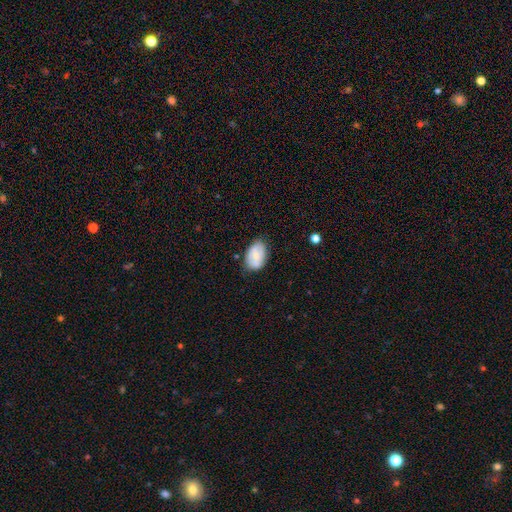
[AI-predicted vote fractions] Q: Smooth or featured?
A: smooth (61%); runner-up: featured or disk (32%)
Q: How rounded?
A: in between (88%); runner-up: round (11%)
Q: Merging?
A: none (73%); runner-up: minor disturbance (21%)